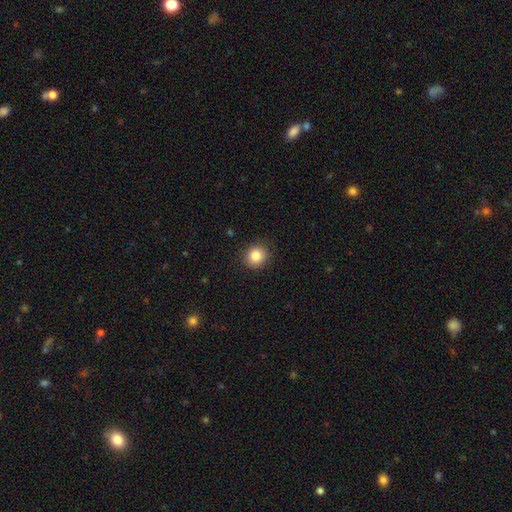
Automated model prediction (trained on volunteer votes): This appears to be a smooth galaxy with no disk features (85%) that is round (85%). Merging: none (90%).